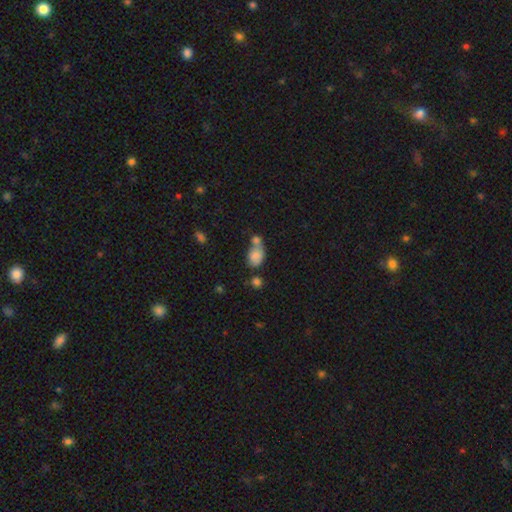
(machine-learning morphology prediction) smooth 79%, featured or disk 12%, star or artifact 9%. Down the decision tree: how rounded — in between (75%); merging — merger (55%).